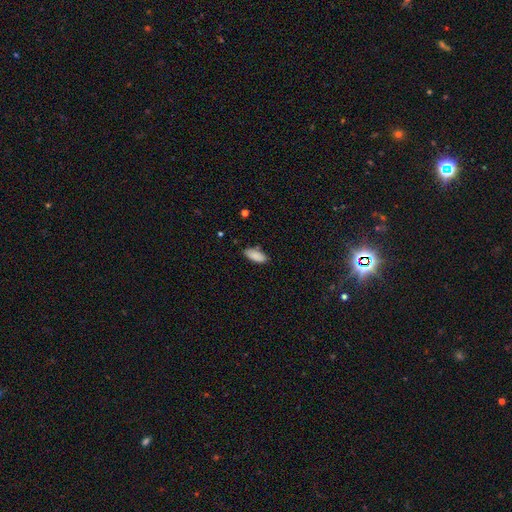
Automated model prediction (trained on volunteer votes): Morphology: type=smooth (89%); roundness=in between (84%); merging=none (82%).